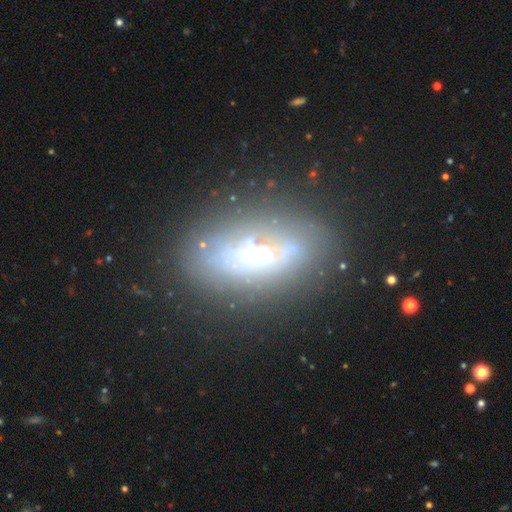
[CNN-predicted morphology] A featured or disk galaxy (56%). Merging: none (64%).